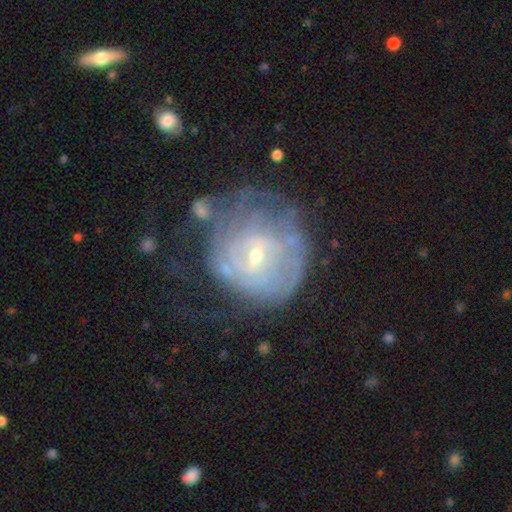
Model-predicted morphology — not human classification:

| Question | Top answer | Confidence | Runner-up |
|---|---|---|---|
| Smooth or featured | featured or disk | 77% | smooth (15%) |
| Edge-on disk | no | 97% | yes (3%) |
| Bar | weak | 48% | no (40%) |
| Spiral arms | yes | 79% | no (21%) |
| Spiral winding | tight | 70% | medium (22%) |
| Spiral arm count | can't tell | 60% | 2 (14%) |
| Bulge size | small | 66% | moderate (31%) |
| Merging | none | 46% | major disturbance (25%) |